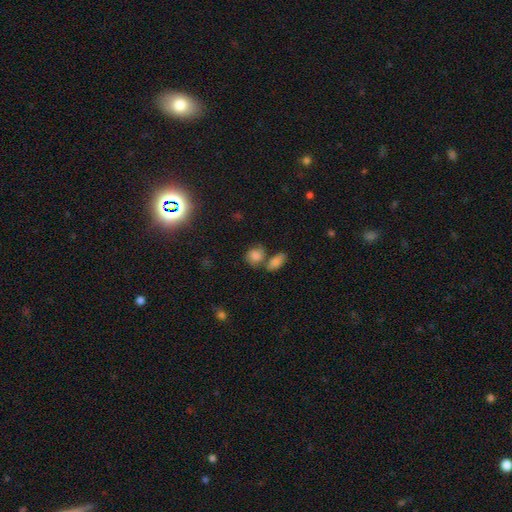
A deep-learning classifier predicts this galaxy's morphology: A smooth galaxy with no disk features (74%) that is round (57%).

Vote fractions:
- Smooth or featured? smooth: 74% / featured or disk: 14% / star or artifact: 12%
- How rounded? round: 57% / in between: 41% / cigar-shaped: 2%
- Merging? none: 46% / merger: 30% / minor disturbance: 17% / major disturbance: 7%